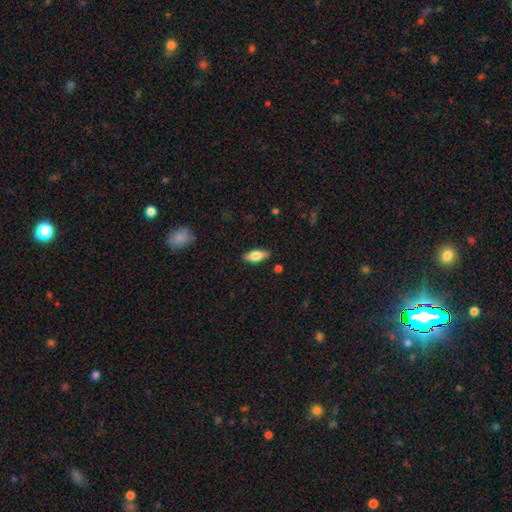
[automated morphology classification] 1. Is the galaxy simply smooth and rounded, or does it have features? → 68% smooth, 26% featured or disk, 7% star or artifact.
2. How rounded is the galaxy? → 76% in between, 21% cigar-shaped, 3% round.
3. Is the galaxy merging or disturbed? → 86% none, 10% minor disturbance, 2% major disturbance, 1% merger.